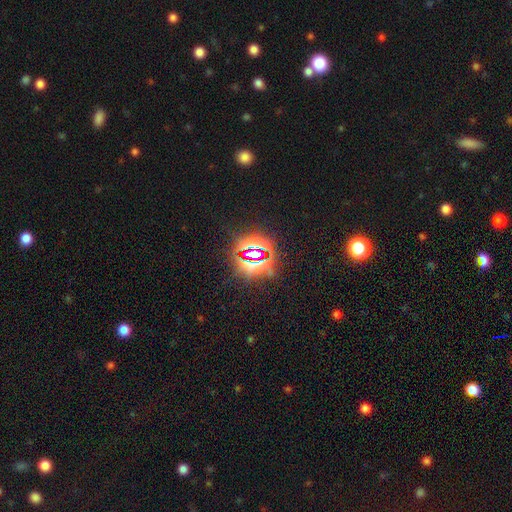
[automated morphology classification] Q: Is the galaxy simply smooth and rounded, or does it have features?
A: star or artifact — 79%.